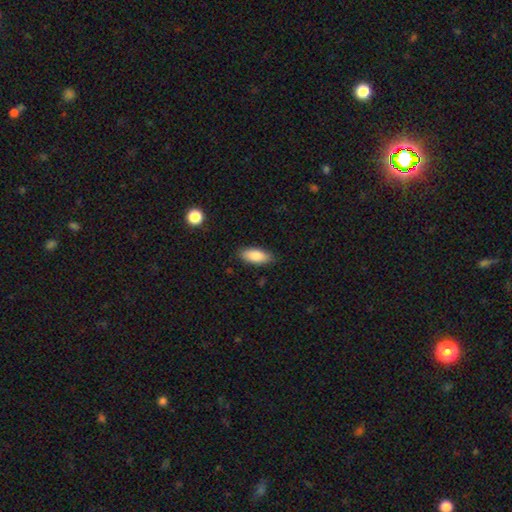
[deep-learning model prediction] Smooth or featured? smooth (87%)
How rounded? in between (85%)
Merging? none (87%)